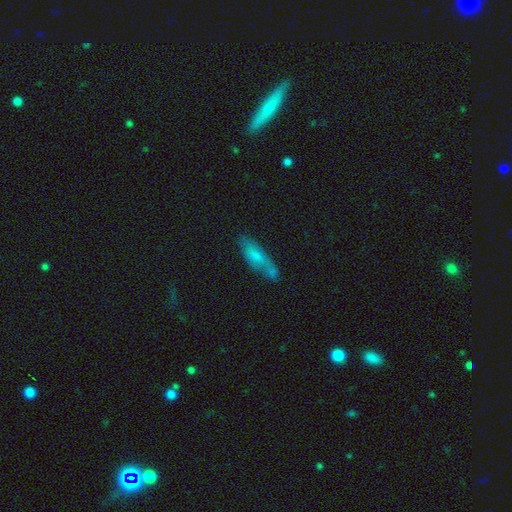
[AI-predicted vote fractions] smooth 67%, featured or disk 24%, star or artifact 9%. Down the decision tree: how rounded — in between (51%); merging — none (54%).